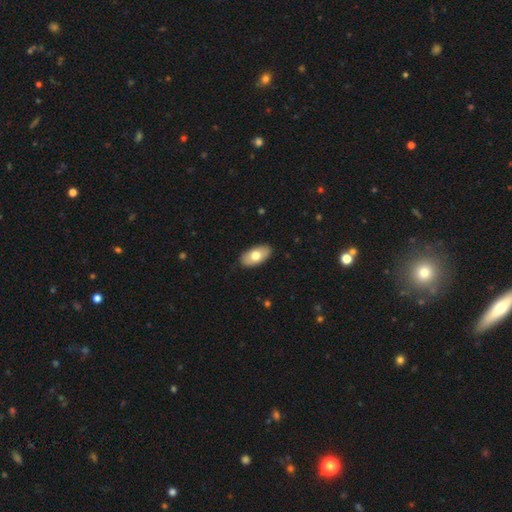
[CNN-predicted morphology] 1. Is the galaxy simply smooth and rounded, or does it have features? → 72% smooth, 23% featured or disk, 6% star or artifact.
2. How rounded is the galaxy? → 94% in between, 3% round, 3% cigar-shaped.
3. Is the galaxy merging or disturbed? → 88% none, 9% minor disturbance, 2% major disturbance, 1% merger.